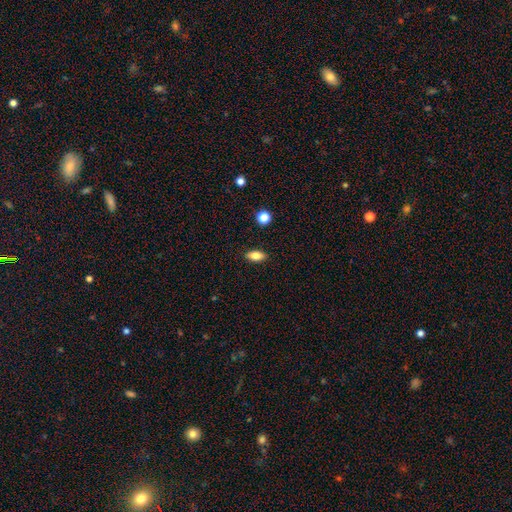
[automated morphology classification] smooth-or-featured: smooth: 80% | featured or disk: 11% | star or artifact: 8%
  how-rounded: in between: 85% | cigar-shaped: 10% | round: 5%
  merging: none: 89% | minor disturbance: 8% | major disturbance: 2% | merger: 1%